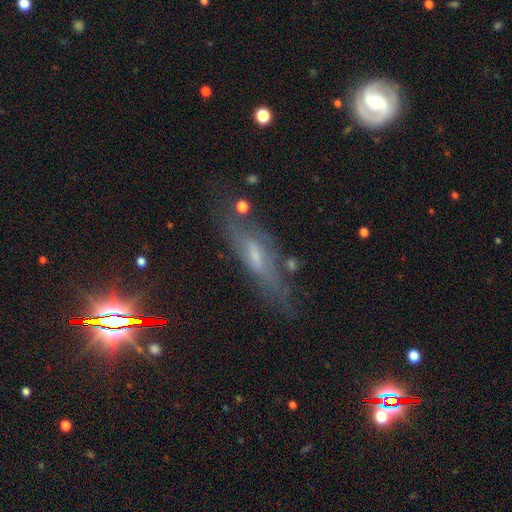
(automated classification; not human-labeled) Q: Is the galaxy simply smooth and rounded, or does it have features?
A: featured or disk — 56%.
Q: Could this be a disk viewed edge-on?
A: yes — 51%.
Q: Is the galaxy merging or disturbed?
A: none — 66%.